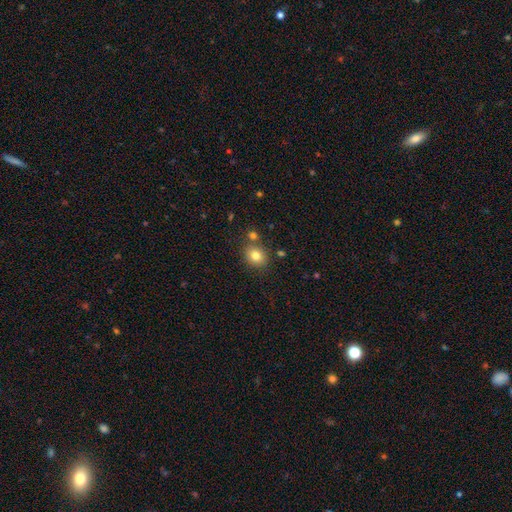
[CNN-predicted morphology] Smooth or featured: smooth — 80% (star or artifact — 11%)
How rounded: round — 60% (in between — 39%)
Merging: none — 76% (merger — 11%)